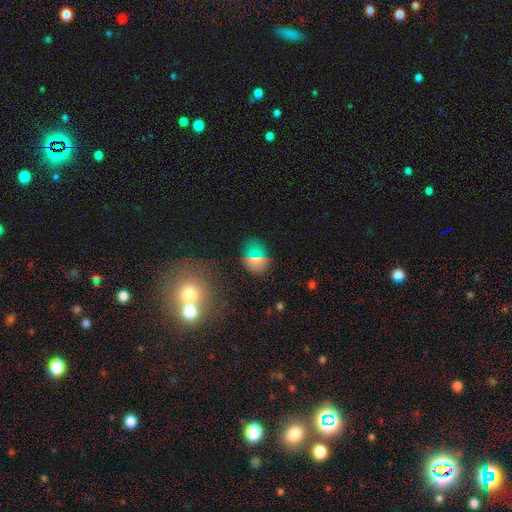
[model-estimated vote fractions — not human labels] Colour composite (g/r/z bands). It shows a smooth galaxy with no disk features (59%) that is in between round and cigar-shaped (50%). Merging: none (77%).